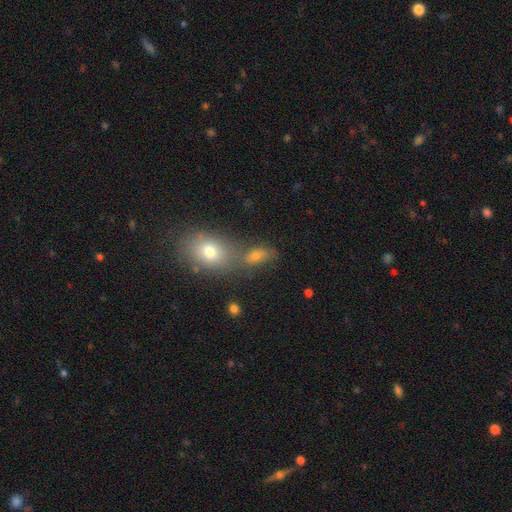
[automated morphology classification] Overall: smooth (63%). How rounded: in between (78%). Merging: none (42%; merger 40%).